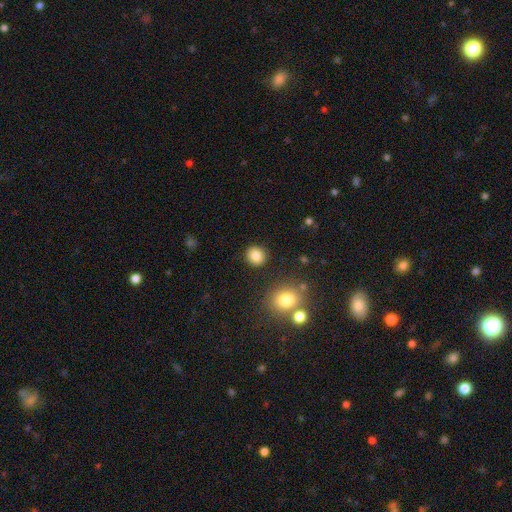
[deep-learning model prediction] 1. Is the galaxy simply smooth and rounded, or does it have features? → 85% smooth, 10% star or artifact, 5% featured or disk.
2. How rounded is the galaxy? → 88% round, 11% in between, 1% cigar-shaped.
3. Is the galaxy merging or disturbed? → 89% none, 6% minor disturbance, 3% merger, 2% major disturbance.